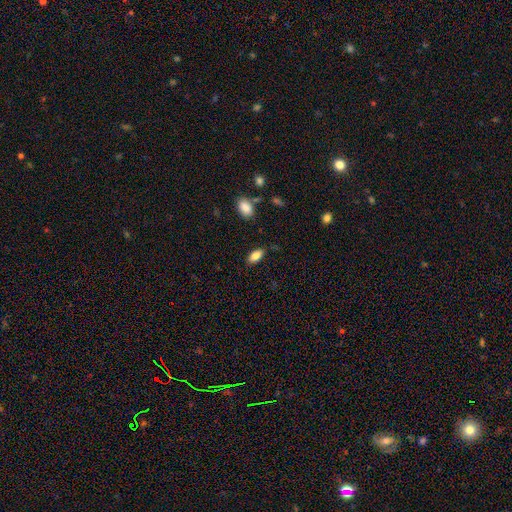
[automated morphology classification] Smooth or featured? smooth (84%)
How rounded? in between (90%)
Merging? none (84%)